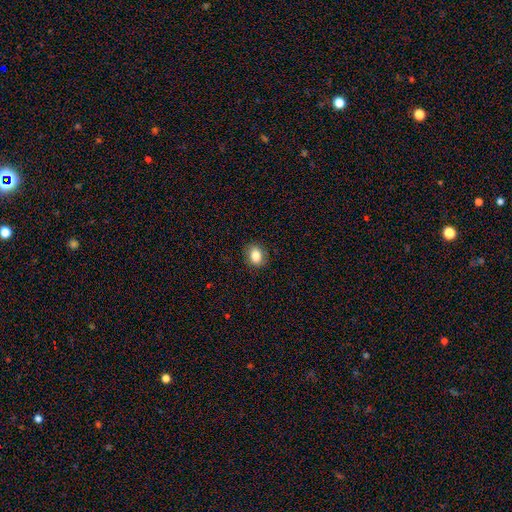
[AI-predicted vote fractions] smooth_or_featured: smooth (p=0.84) [alt: star or artifact p=0.09]
how_rounded: in between (p=0.65) [alt: round p=0.34]
merging: none (p=0.85) [alt: minor disturbance p=0.11]